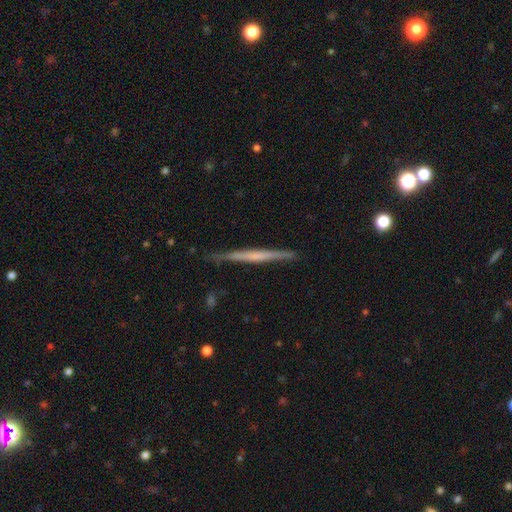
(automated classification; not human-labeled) The model was most divided on "smooth or featured": featured or disk: 60%, smooth: 35%, star or artifact: 6%. More confident: edge-on disk — yes (98%); merging — none (87%); edge-on bulge — none (71%).